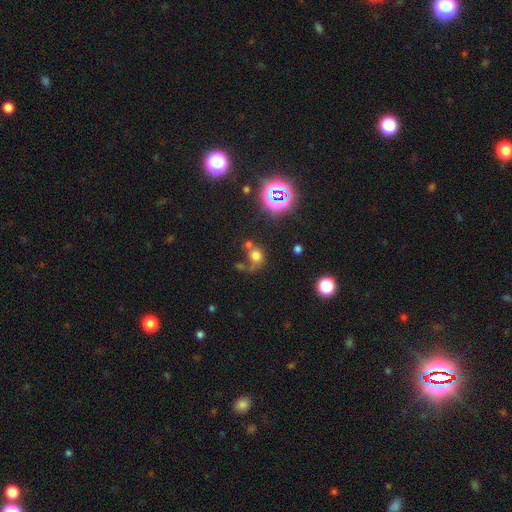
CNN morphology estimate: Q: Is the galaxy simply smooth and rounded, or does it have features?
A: smooth — 61%.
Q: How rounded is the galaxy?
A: round — 73%.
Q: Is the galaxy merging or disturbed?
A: none — 40%.